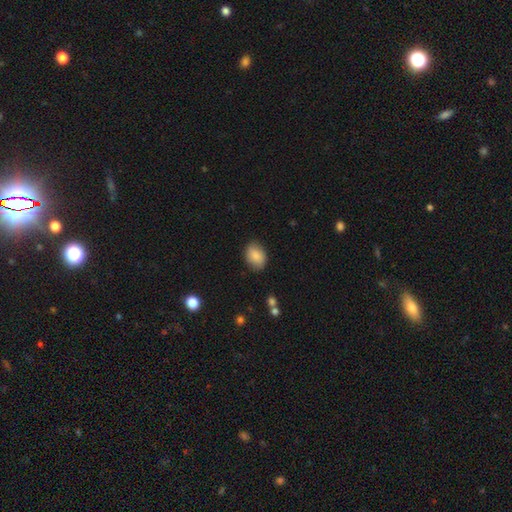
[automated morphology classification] A smooth galaxy with no disk features (87%) that is in between round and cigar-shaped (77%).

Vote fractions:
- Smooth or featured? smooth: 87% / star or artifact: 7% / featured or disk: 6%
- How rounded? in between: 77% / round: 22% / cigar-shaped: 1%
- Merging? none: 83% / minor disturbance: 13% / major disturbance: 3% / merger: 1%